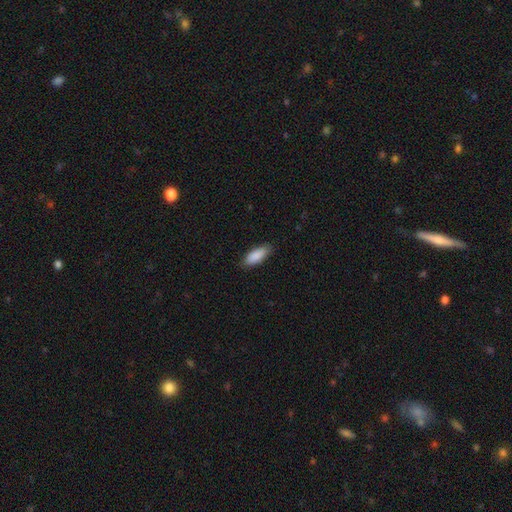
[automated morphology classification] Q: Smooth or featured?
A: smooth (89%); runner-up: star or artifact (6%)
Q: How rounded?
A: in between (75%); runner-up: cigar-shaped (23%)
Q: Merging?
A: none (85%); runner-up: minor disturbance (12%)